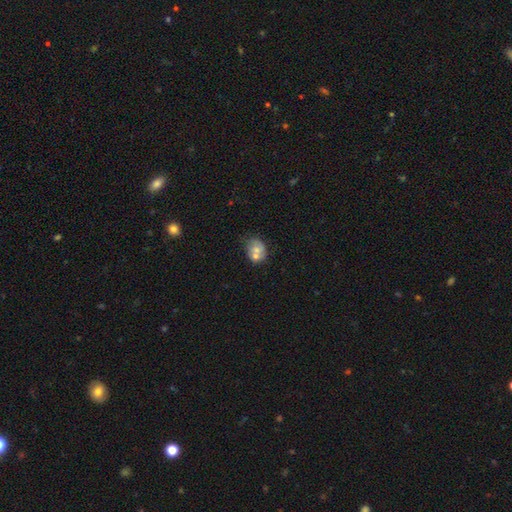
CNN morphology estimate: smooth 50%, featured or disk 30%, star or artifact 20%. Down the decision tree: how rounded — round (56%); merging — none (48%).